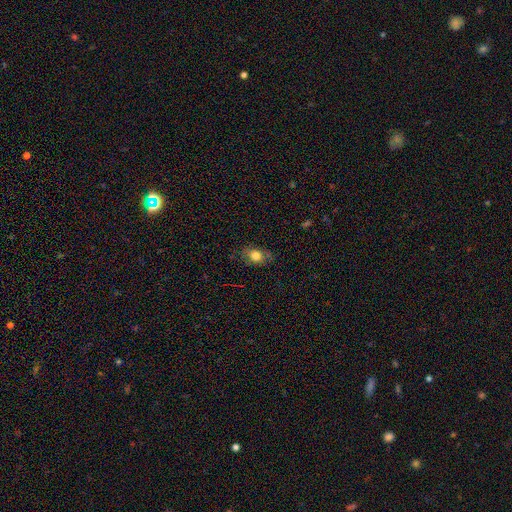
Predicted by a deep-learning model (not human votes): Q: Smooth or featured?
A: smooth (77%); runner-up: featured or disk (13%)
Q: How rounded?
A: in between (68%); runner-up: round (30%)
Q: Merging?
A: none (75%); runner-up: minor disturbance (19%)